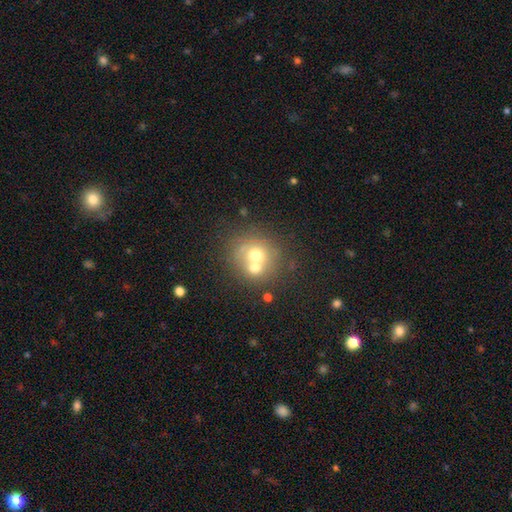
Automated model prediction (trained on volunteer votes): The model was most divided on "merging": merger: 49%, none: 38%, minor disturbance: 8%, major disturbance: 4%. More confident: how rounded — round (84%); smooth or featured — smooth (61%).